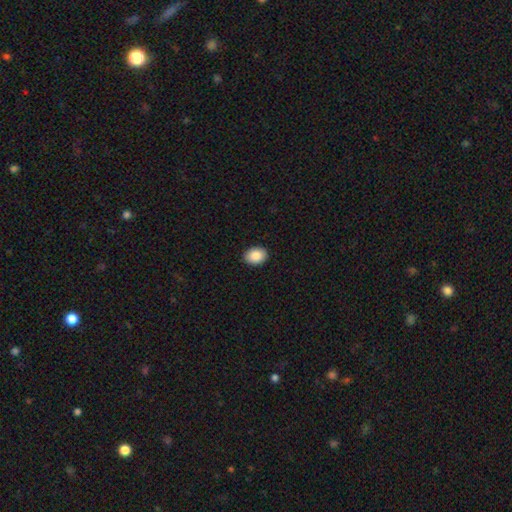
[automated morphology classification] A smooth galaxy with no disk features (89%) that is in between round and cigar-shaped (71%).

Vote fractions:
- Smooth or featured? smooth: 89% / star or artifact: 7% / featured or disk: 4%
- How rounded? in between: 71% / round: 28% / cigar-shaped: 1%
- Merging? none: 90% / minor disturbance: 7% / major disturbance: 2% / merger: 1%